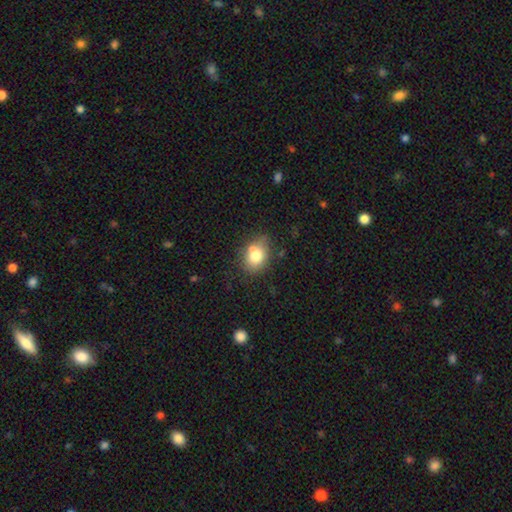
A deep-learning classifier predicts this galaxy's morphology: Smooth or featured? Predicted: smooth (p=0.75). How rounded? Predicted: in between (p=0.62). Merging? Predicted: none (p=0.59).